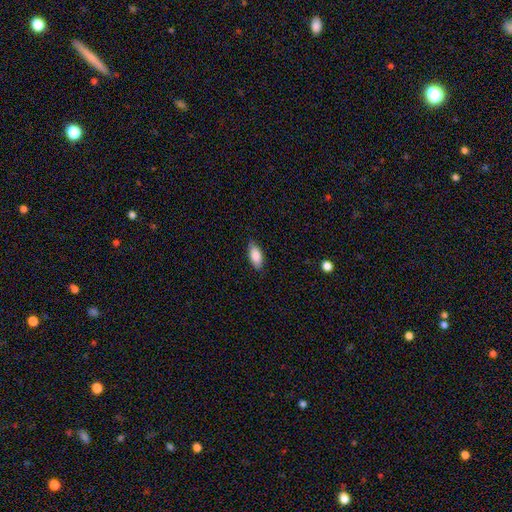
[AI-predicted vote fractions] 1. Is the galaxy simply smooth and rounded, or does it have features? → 87% smooth, 7% featured or disk, 6% star or artifact.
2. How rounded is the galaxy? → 87% in between, 11% cigar-shaped, 2% round.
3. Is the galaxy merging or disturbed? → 84% none, 13% minor disturbance, 2% major disturbance, 1% merger.